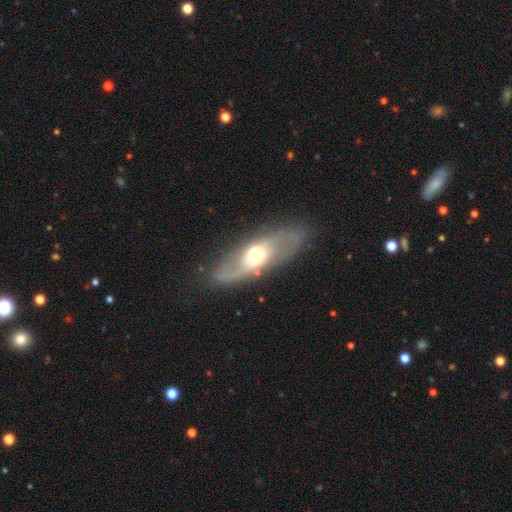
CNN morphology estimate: Overall: featured or disk (69%). Edge-on disk: no (83%). Bar: no (65%; weak 26%). Spiral arms: yes (72%). Bulge size: moderate (62%). Merging: none (77%).